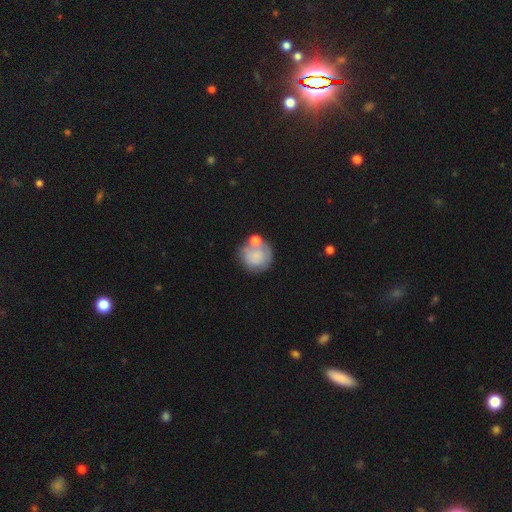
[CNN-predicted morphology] Smooth or featured?
  - smooth: 64% *
  - featured or disk: 28%
  - star or artifact: 8%
How rounded?
  - round: 88% *
  - in between: 11%
  - cigar-shaped: 1%
Merging?
  - none: 52% *
  - merger: 20%
  - minor disturbance: 18%
  - major disturbance: 9%